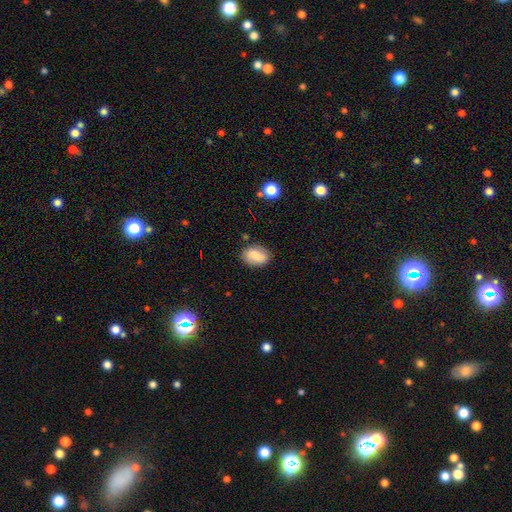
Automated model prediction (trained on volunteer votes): Overall: smooth (85%). How rounded: in between (82%). Merging: none (81%).